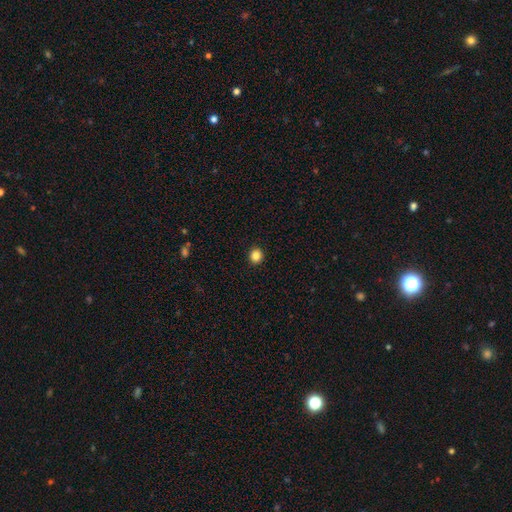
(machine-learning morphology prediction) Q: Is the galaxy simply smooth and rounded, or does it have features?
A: smooth — 86%.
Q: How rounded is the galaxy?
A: round — 88%.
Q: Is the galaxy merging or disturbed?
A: none — 93%.